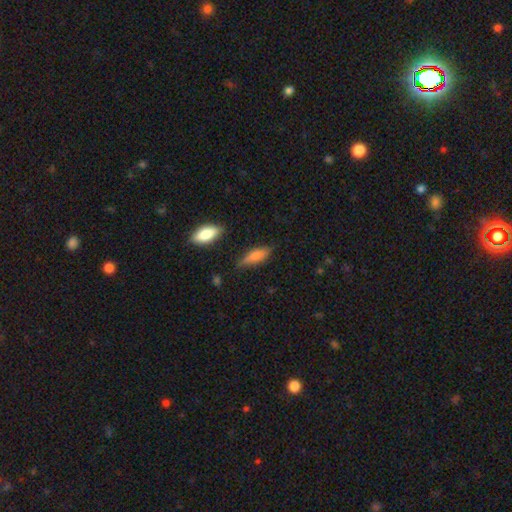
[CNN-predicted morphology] Smooth or featured? Predicted: smooth (p=0.70). How rounded? Predicted: in between (p=0.54). Merging? Predicted: none (p=0.69).